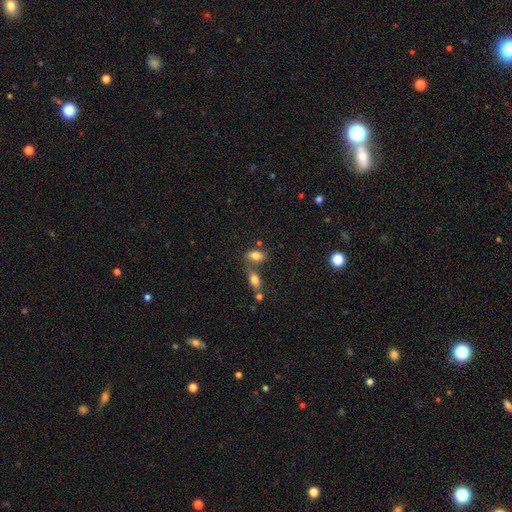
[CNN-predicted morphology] A smooth galaxy with no disk features (80%) that is in between round and cigar-shaped (88%). Merging: none (49%).